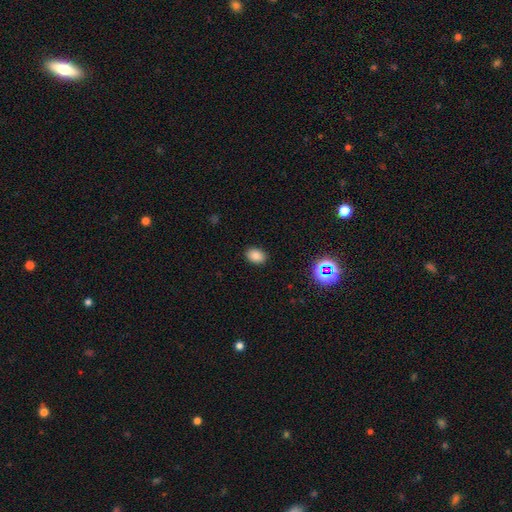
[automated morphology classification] Smooth or featured? smooth (83%)
How rounded? in between (76%)
Merging? none (89%)